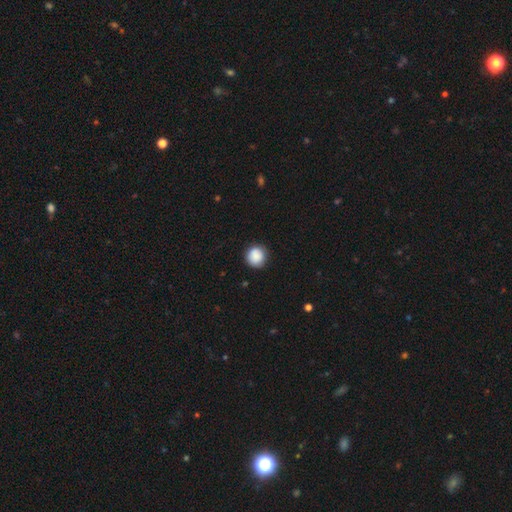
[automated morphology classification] smooth-or-featured: smooth: 88% | star or artifact: 8% | featured or disk: 4%
  how-rounded: round: 94% | in between: 5% | cigar-shaped: 1%
  merging: none: 87% | minor disturbance: 9% | major disturbance: 2% | merger: 1%